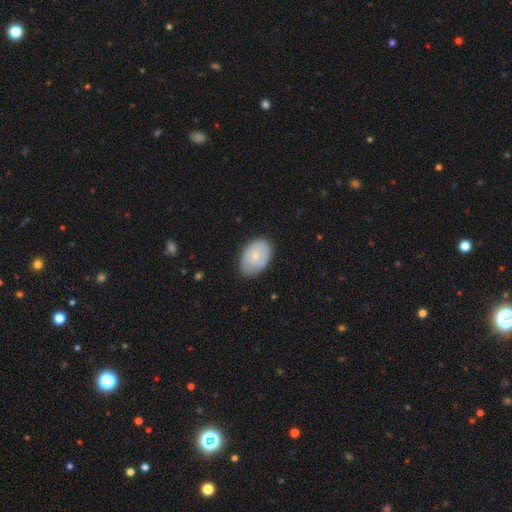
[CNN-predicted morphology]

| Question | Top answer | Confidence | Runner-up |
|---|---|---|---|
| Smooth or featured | smooth | 72% | featured or disk (22%) |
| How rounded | in between | 87% | round (12%) |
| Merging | none | 78% | minor disturbance (18%) |